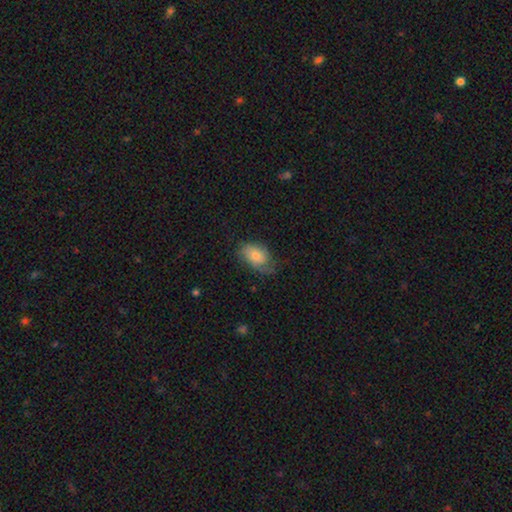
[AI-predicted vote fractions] Q: Smooth or featured?
A: smooth (63%); runner-up: featured or disk (30%)
Q: How rounded?
A: in between (88%); runner-up: round (10%)
Q: Merging?
A: none (53%); runner-up: minor disturbance (30%)